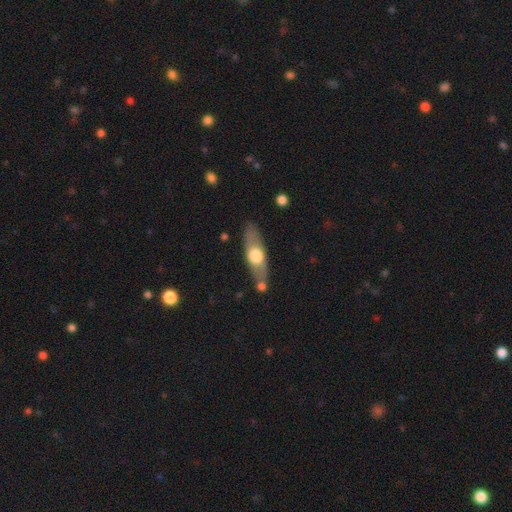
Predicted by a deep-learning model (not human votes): Morphology: type=smooth (51%); roundness=cigar-shaped (51%); merging=none (79%).